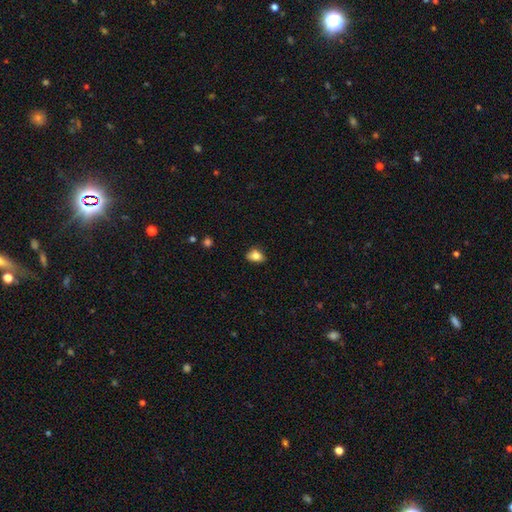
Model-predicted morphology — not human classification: A smooth galaxy with no disk features (81%) that is in between round and cigar-shaped (77%).

Vote fractions:
- Smooth or featured? smooth: 81% / featured or disk: 10% / star or artifact: 9%
- How rounded? in between: 77% / round: 21% / cigar-shaped: 2%
- Merging? none: 68% / minor disturbance: 26% / major disturbance: 4% / merger: 2%